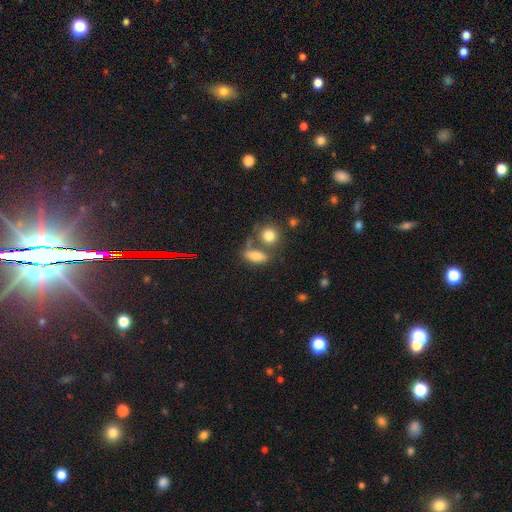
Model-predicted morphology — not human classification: smooth-or-featured: smooth: 75% | featured or disk: 13% | star or artifact: 11%
  how-rounded: in between: 72% | cigar-shaped: 16% | round: 12%
  merging: none: 48% | merger: 30% | minor disturbance: 15% | major disturbance: 8%